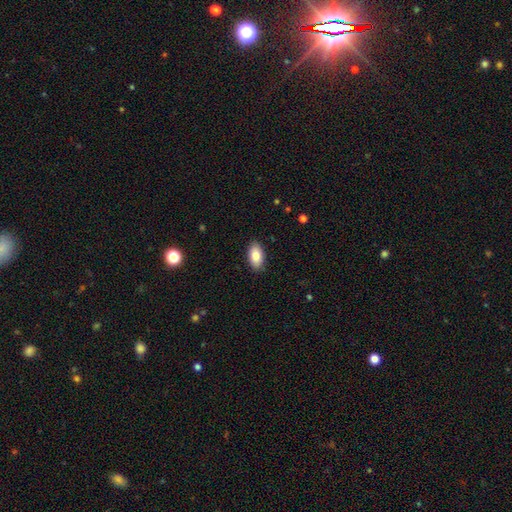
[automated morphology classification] This appears to be a smooth galaxy with no disk features (84%) that is in between round and cigar-shaped (94%). Merging: none (89%).